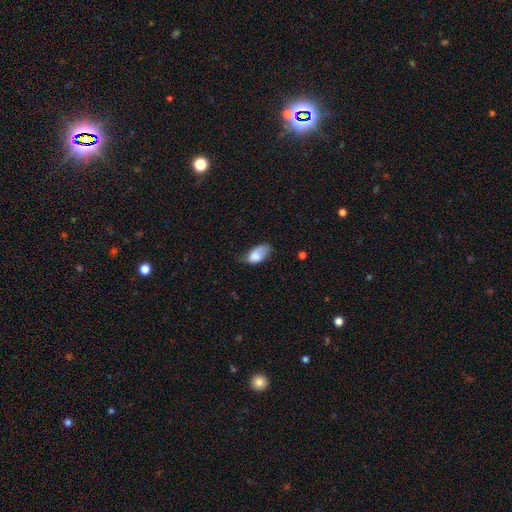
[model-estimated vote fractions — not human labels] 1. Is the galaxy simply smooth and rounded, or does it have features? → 77% smooth, 16% featured or disk, 7% star or artifact.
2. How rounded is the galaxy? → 93% in between, 5% round, 3% cigar-shaped.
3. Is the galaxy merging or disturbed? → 41% minor disturbance, 32% none, 23% major disturbance, 4% merger.